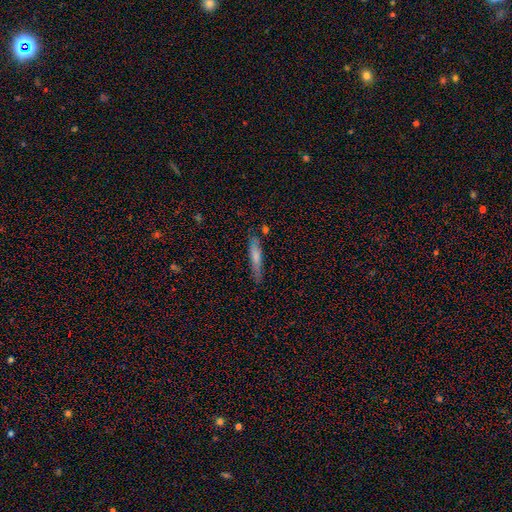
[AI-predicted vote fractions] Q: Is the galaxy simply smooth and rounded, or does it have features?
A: smooth — 66%.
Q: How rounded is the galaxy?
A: cigar-shaped — 83%.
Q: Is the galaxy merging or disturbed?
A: none — 77%.